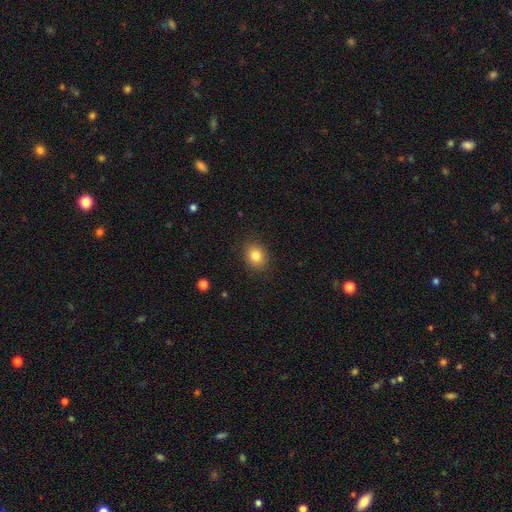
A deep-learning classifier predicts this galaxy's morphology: Q: Smooth or featured?
A: smooth (82%); runner-up: star or artifact (10%)
Q: How rounded?
A: round (61%); runner-up: in between (38%)
Q: Merging?
A: none (88%); runner-up: minor disturbance (8%)